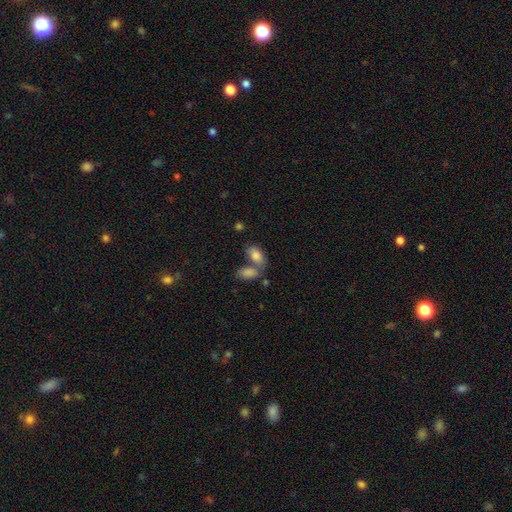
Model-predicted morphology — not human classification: Overall: smooth (83%). How rounded: in between (92%). Merging: merger (47%; none 38%).